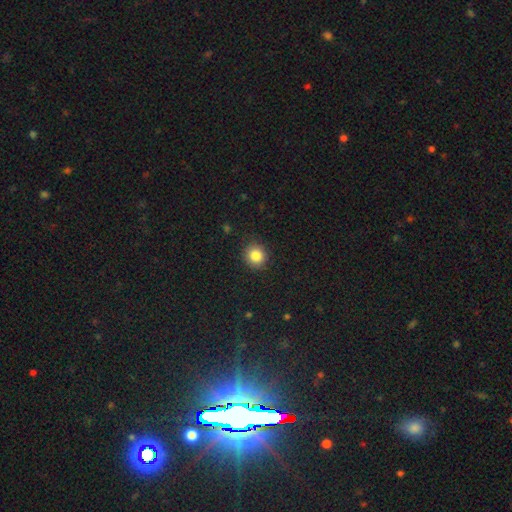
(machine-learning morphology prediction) This appears to be a smooth galaxy with no disk features (85%) that is round (90%). Merging: none (90%).